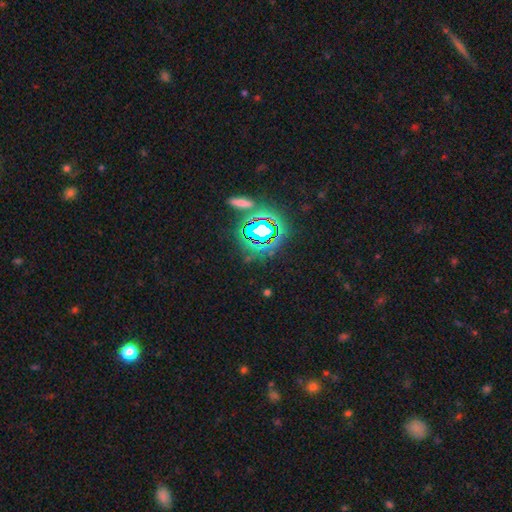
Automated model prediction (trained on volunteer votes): The model was most divided on "smooth or featured": star or artifact: 79%, smooth: 13%, featured or disk: 8%.